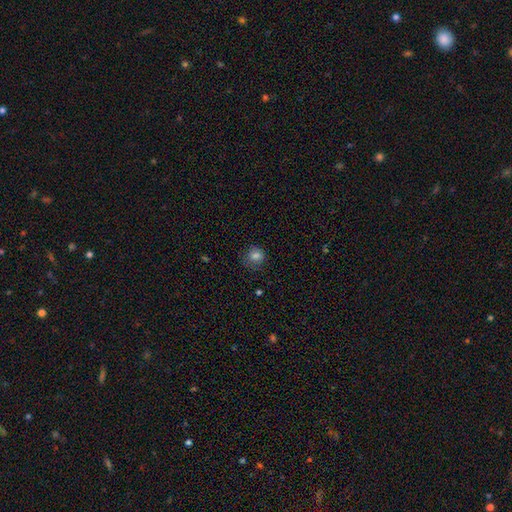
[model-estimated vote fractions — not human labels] Morphology: type=smooth (80%); roundness=round (81%); merging=none (76%).